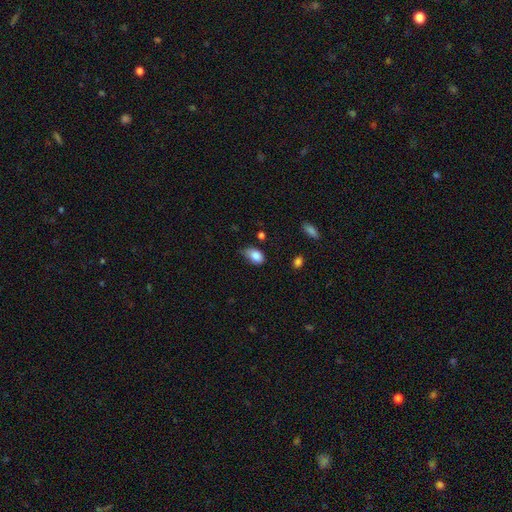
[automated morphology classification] smooth_or_featured: smooth (p=0.85) [alt: star or artifact p=0.08]
how_rounded: in between (p=0.88) [alt: round p=0.11]
merging: minor disturbance (p=0.44) [alt: none p=0.42]